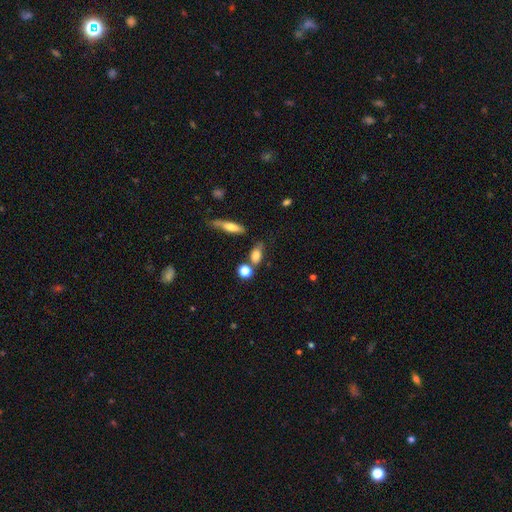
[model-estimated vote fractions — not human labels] A smooth galaxy with no disk features (78%) that is in between round and cigar-shaped (63%).

Vote fractions:
- Smooth or featured? smooth: 78% / featured or disk: 12% / star or artifact: 10%
- How rounded? in between: 63% / round: 25% / cigar-shaped: 12%
- Merging? none: 58% / merger: 18% / minor disturbance: 18% / major disturbance: 6%